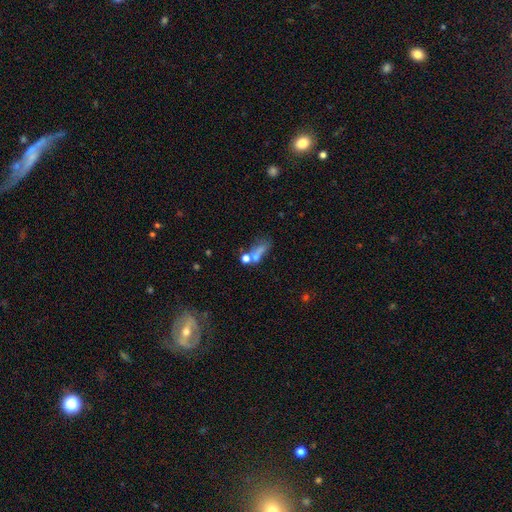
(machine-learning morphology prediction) Smooth or featured?
  - smooth: 58% *
  - featured or disk: 23%
  - star or artifact: 19%
How rounded?
  - in between: 52% *
  - cigar-shaped: 25%
  - round: 23%
Merging?
  - merger: 35% *
  - none: 31%
  - major disturbance: 20%
  - minor disturbance: 14%